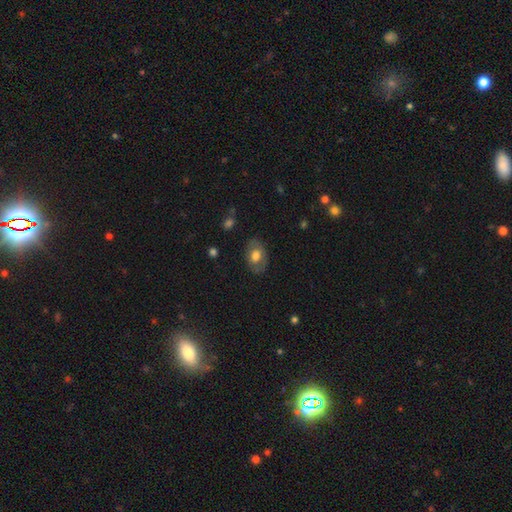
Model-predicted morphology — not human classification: Smooth or featured? smooth (61%)
How rounded? in between (80%)
Merging? none (79%)